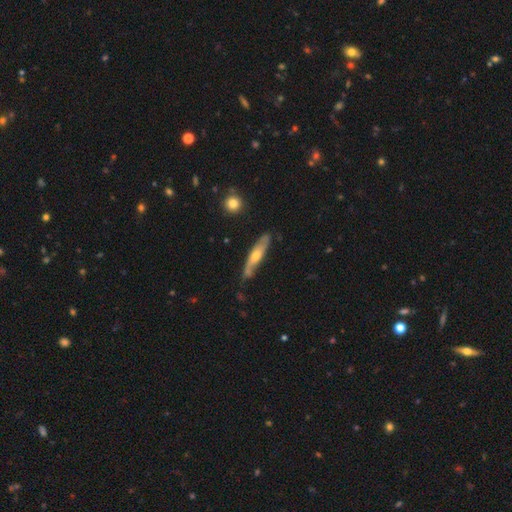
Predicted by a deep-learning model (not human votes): A featured or disk galaxy (59%) viewed edge-on (59%). Merging: none (72%).